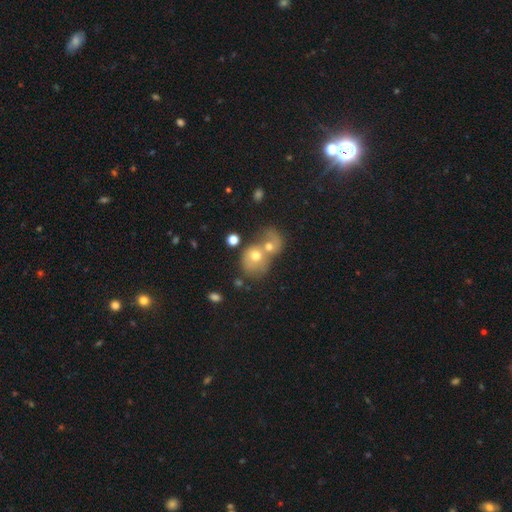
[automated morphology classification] type=smooth (59%); roundness=round (59%); merging=merger (76%).